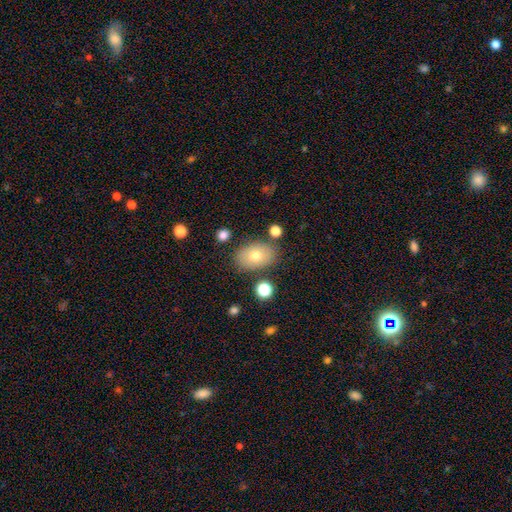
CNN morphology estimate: smooth 72%, featured or disk 19%, star or artifact 9%. Down the decision tree: how rounded — in between (83%); merging — none (80%).